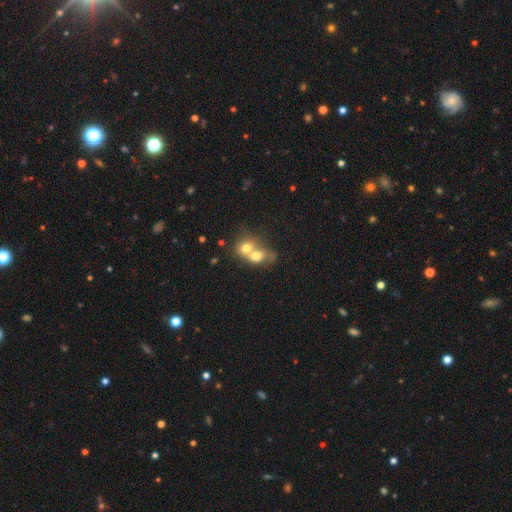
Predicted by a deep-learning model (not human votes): Morphology: type=smooth (68%); roundness=round (54%); merging=merger (78%).